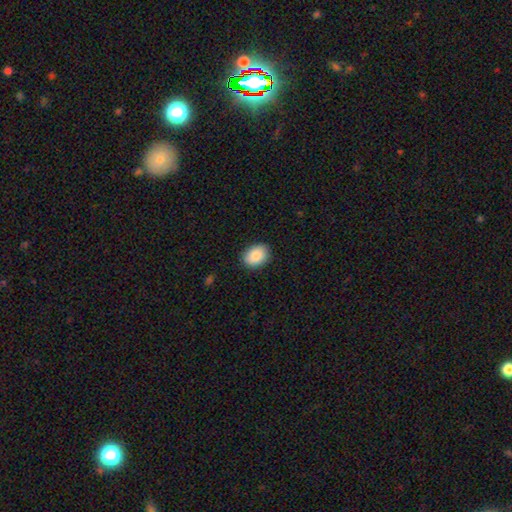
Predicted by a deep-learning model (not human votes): A smooth galaxy with no disk features (88%) that is in between round and cigar-shaped (67%). Merging: none (88%).